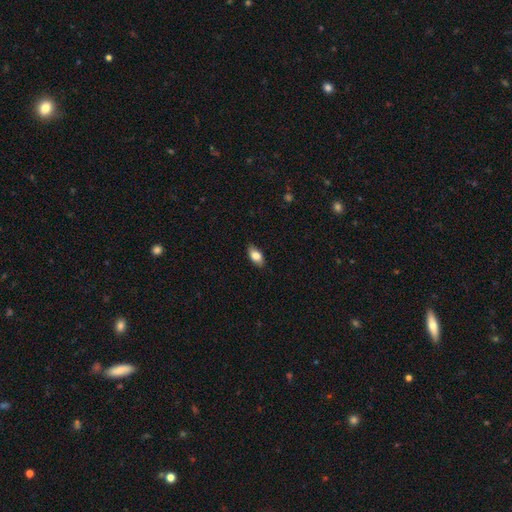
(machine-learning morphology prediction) This appears to be a smooth galaxy with no disk features (80%) that is in between round and cigar-shaped (89%). Merging: none (85%).